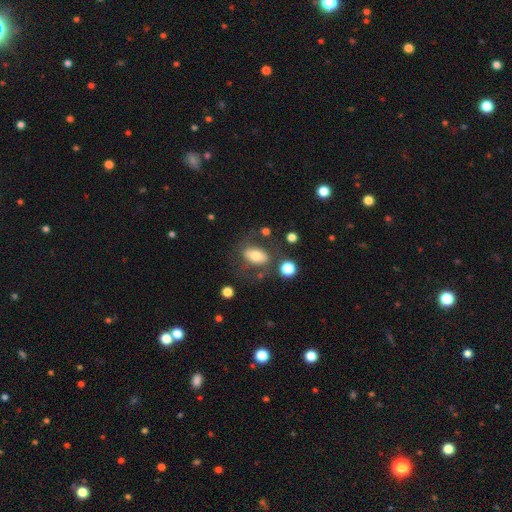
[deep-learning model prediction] Smooth or featured? Predicted: smooth (p=0.65). How rounded? Predicted: in between (p=0.83). Merging? Predicted: none (p=0.61).